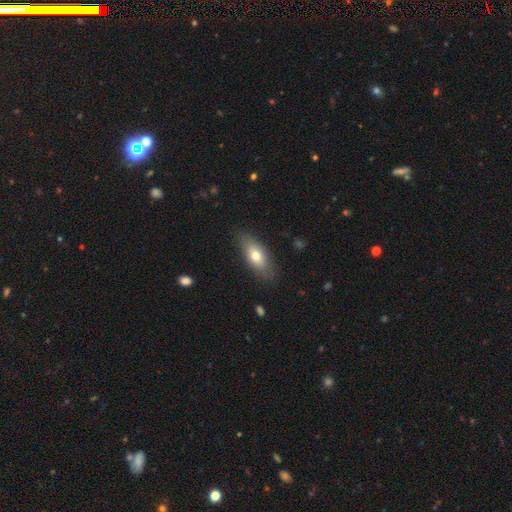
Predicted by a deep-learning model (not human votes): A smooth galaxy with no disk features (71%) that is in between round and cigar-shaped (79%). Merging: none (82%).